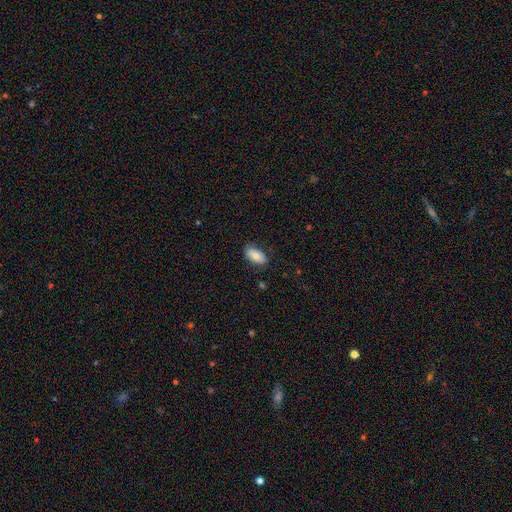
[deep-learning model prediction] Smooth or featured?
  - smooth: 74% *
  - featured or disk: 19%
  - star or artifact: 7%
How rounded?
  - in between: 93% *
  - round: 4%
  - cigar-shaped: 3%
Merging?
  - none: 77% *
  - minor disturbance: 18%
  - major disturbance: 4%
  - merger: 1%